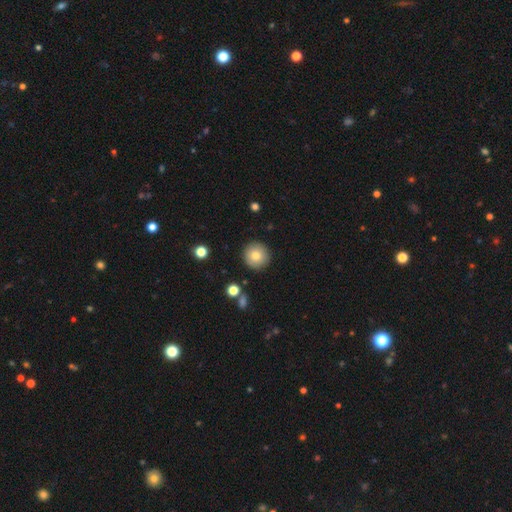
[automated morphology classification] Smooth or featured: smooth — 81% (featured or disk — 10%)
How rounded: round — 95% (in between — 4%)
Merging: none — 90% (minor disturbance — 6%)